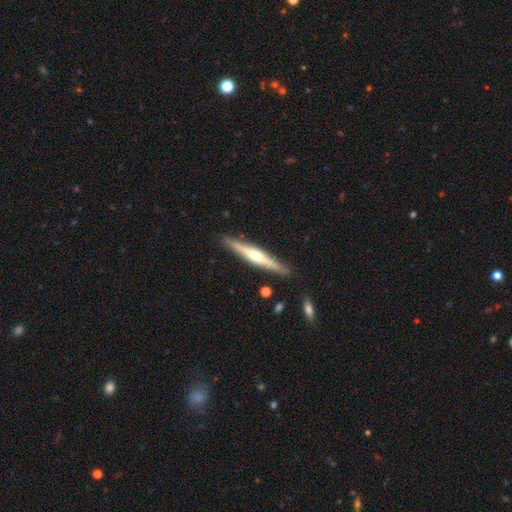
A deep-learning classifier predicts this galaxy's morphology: featured or disk 68%, smooth 27%, star or artifact 5%. Down the decision tree: edge-on disk — yes (97%); edge-on bulge — rounded (85%); merging — none (89%).